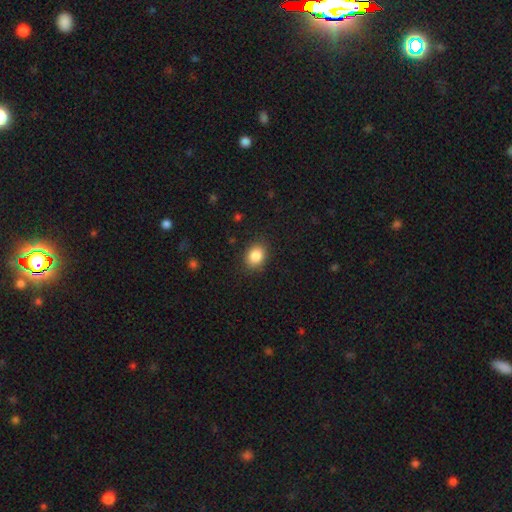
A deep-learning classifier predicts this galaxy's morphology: Q: Smooth or featured?
A: smooth (86%); runner-up: star or artifact (9%)
Q: How rounded?
A: in between (53%); runner-up: round (46%)
Q: Merging?
A: none (86%); runner-up: minor disturbance (10%)